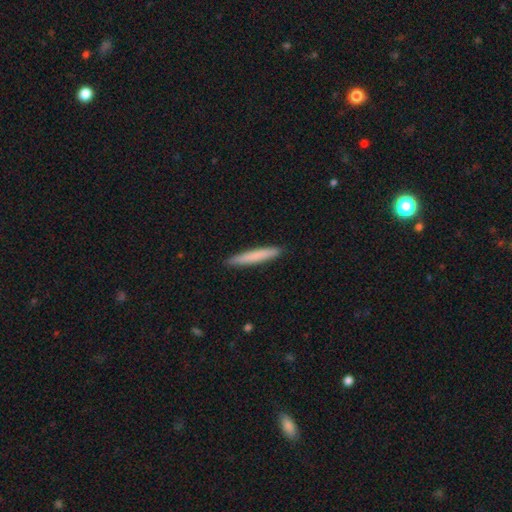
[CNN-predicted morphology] smooth_or_featured: smooth (p=0.77) [alt: featured or disk p=0.17]
how_rounded: cigar-shaped (p=0.95) [alt: in between p=0.03]
merging: none (p=0.91) [alt: minor disturbance p=0.07]